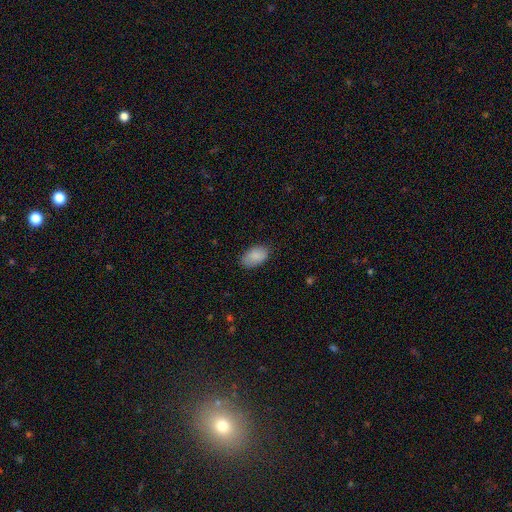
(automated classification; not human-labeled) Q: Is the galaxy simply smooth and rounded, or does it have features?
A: smooth — 87%.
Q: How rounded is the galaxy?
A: in between — 94%.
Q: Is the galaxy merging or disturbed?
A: none — 83%.